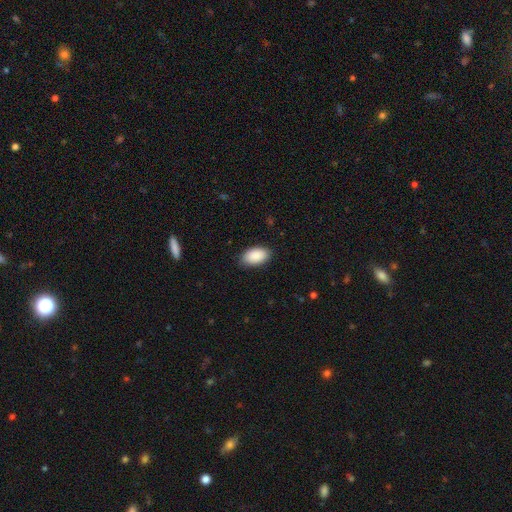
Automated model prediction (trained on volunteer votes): smooth 90%, star or artifact 6%, featured or disk 4%. Down the decision tree: how rounded — in between (95%); merging — none (86%).